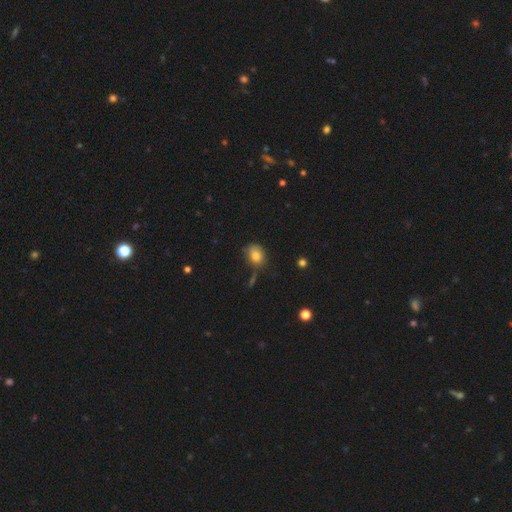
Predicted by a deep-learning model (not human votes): Smooth or featured: smooth — 81% (star or artifact — 11%)
How rounded: in between — 62% (round — 37%)
Merging: none — 62% (minor disturbance — 25%)